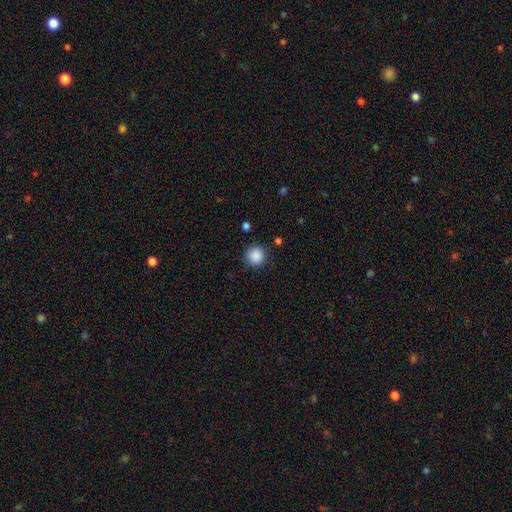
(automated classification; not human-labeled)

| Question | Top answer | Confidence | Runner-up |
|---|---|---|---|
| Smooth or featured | smooth | 88% | star or artifact (9%) |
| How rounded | round | 94% | in between (5%) |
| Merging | none | 88% | minor disturbance (8%) |